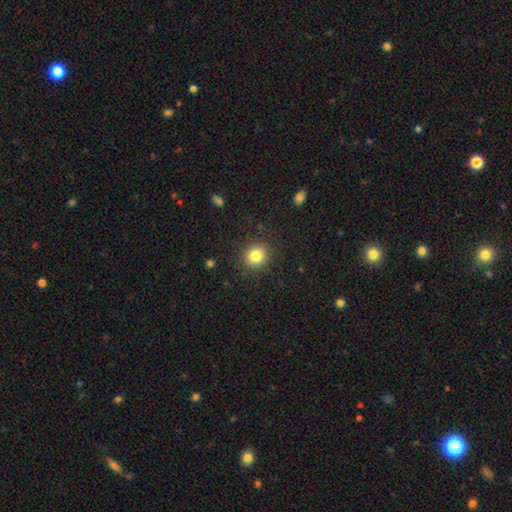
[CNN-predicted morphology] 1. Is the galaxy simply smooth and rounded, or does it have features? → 82% smooth, 11% star or artifact, 6% featured or disk.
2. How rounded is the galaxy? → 83% round, 16% in between, 1% cigar-shaped.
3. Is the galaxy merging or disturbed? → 89% none, 7% minor disturbance, 3% major disturbance, 1% merger.